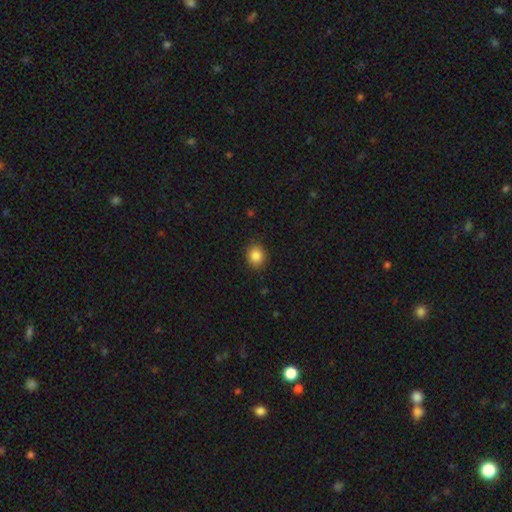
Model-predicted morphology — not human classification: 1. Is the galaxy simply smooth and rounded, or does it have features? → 86% smooth, 9% star or artifact, 4% featured or disk.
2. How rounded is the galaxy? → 71% round, 28% in between, 1% cigar-shaped.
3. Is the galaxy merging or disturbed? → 87% none, 9% minor disturbance, 2% major disturbance, 1% merger.